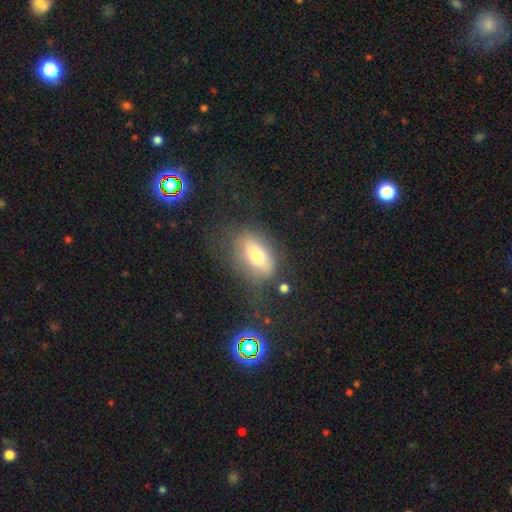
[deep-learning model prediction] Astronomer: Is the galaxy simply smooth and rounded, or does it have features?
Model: smooth — 60%.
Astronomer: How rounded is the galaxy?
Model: in between — 82%.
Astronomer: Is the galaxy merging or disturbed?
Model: none — 56%.